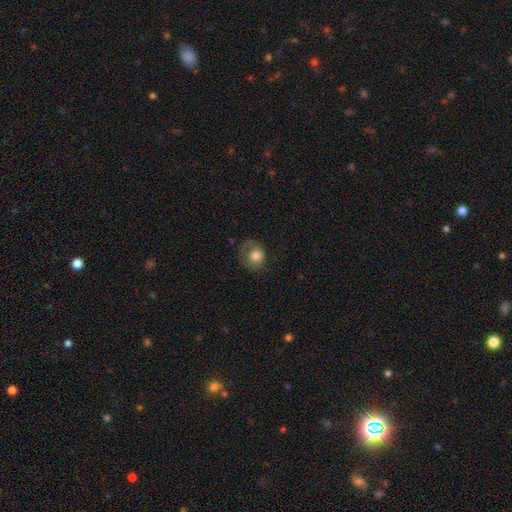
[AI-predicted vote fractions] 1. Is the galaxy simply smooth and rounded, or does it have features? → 69% smooth, 23% featured or disk, 8% star or artifact.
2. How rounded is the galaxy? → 74% round, 25% in between, 1% cigar-shaped.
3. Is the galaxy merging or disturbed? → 49% none, 24% major disturbance, 24% minor disturbance, 2% merger.